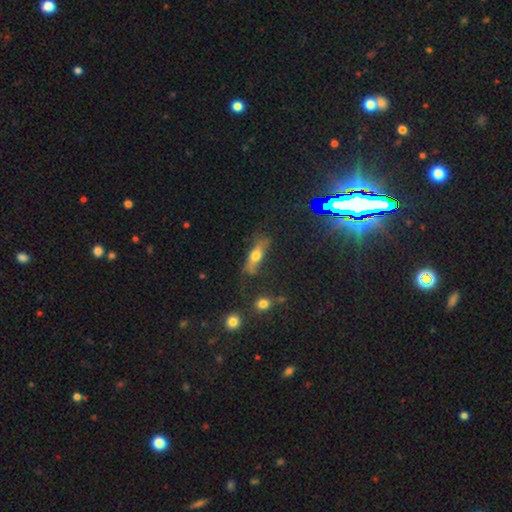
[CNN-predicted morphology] Smooth or featured?
  - smooth: 51% *
  - featured or disk: 37%
  - star or artifact: 12%
How rounded?
  - cigar-shaped: 49% *
  - in between: 45%
  - round: 5%
Merging?
  - none: 57% *
  - minor disturbance: 24%
  - major disturbance: 14%
  - merger: 5%